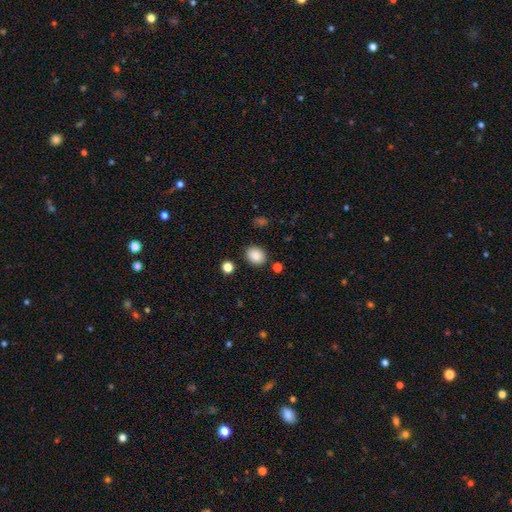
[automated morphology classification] Smooth or featured? Predicted: smooth (p=0.86). How rounded? Predicted: round (p=0.50). Merging? Predicted: none (p=0.85).